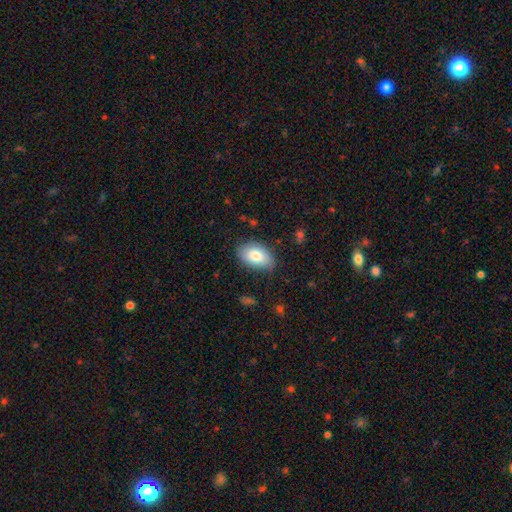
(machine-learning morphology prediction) smooth_or_featured: smooth (p=0.81) [alt: featured or disk p=0.13]
how_rounded: in between (p=0.92) [alt: round p=0.07]
merging: none (p=0.78) [alt: minor disturbance p=0.17]